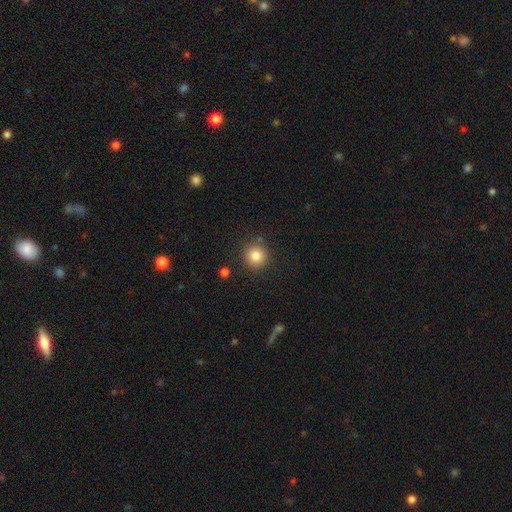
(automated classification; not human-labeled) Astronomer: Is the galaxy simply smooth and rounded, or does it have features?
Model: smooth — 83%.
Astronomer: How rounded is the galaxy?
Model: round — 93%.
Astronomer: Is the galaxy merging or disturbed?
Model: none — 87%.